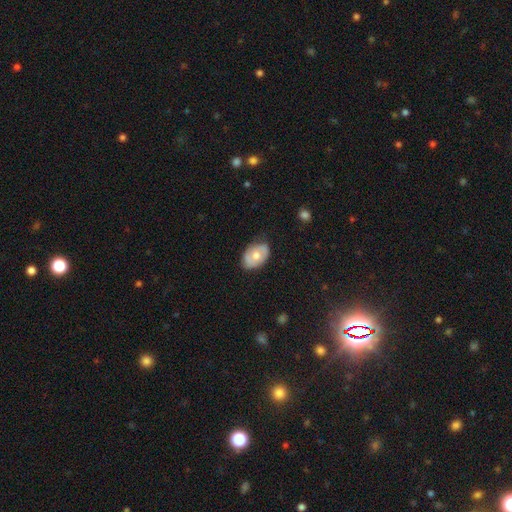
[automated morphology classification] smooth-or-featured: smooth: 59% | featured or disk: 34% | star or artifact: 6%
  how-rounded: in between: 86% | round: 13% | cigar-shaped: 1%
  merging: none: 75% | minor disturbance: 20% | major disturbance: 4% | merger: 1%